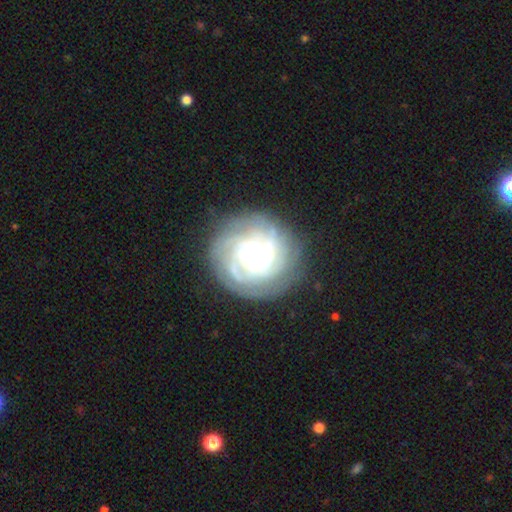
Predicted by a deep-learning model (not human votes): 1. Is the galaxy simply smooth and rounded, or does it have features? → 78% featured or disk, 15% smooth, 7% star or artifact.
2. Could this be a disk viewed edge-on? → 97% no, 3% yes.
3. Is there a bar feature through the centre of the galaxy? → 75% no, 19% weak, 6% strong.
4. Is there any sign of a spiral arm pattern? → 91% yes, 9% no.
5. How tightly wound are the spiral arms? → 72% tight, 22% medium, 7% loose.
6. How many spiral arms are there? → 40% can't tell, 17% 3, 13% 4, 13% 2, 10% more than 4, 7% 1.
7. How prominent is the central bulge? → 55% moderate, 23% large, 18% small, 2% dominant, 1% none.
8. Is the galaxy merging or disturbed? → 78% none, 13% minor disturbance, 7% major disturbance, 2% merger.